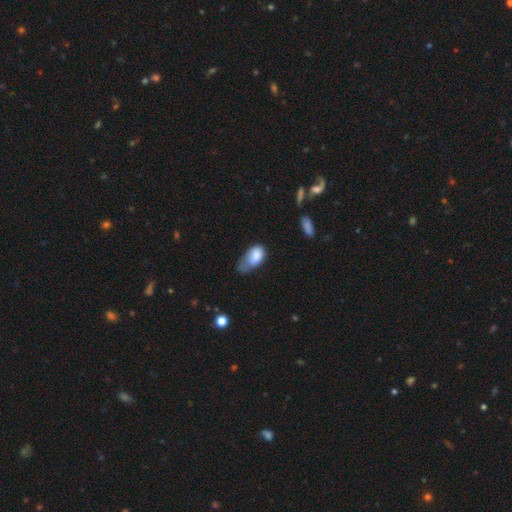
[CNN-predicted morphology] smooth_or_featured: smooth (p=0.79) [alt: featured or disk p=0.13]
how_rounded: in between (p=0.92) [alt: round p=0.05]
merging: minor disturbance (p=0.43) [alt: major disturbance p=0.33]